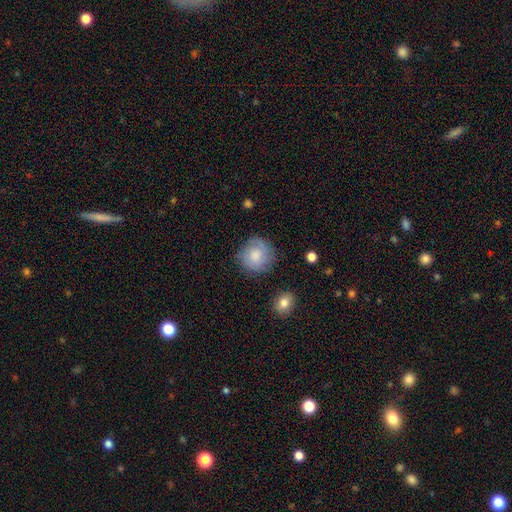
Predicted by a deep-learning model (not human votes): Smooth or featured? smooth (63%)
How rounded? round (89%)
Merging? none (76%)